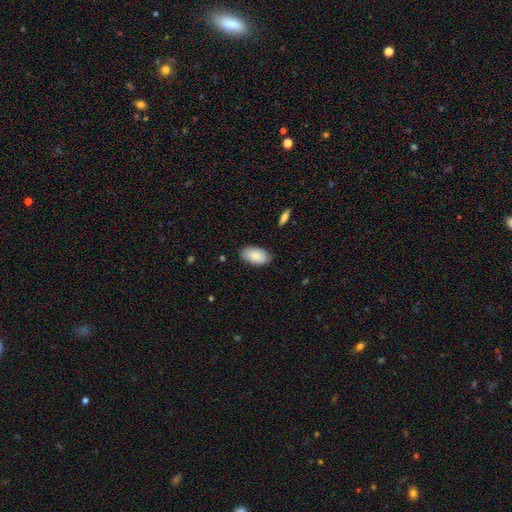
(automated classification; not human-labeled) Smooth or featured: smooth — 87% (featured or disk — 7%)
How rounded: in between — 95% (round — 3%)
Merging: none — 85% (minor disturbance — 11%)